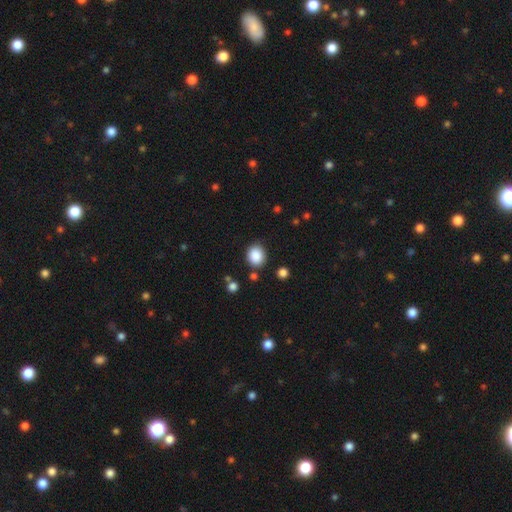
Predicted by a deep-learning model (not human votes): This appears to be a smooth galaxy with no disk features (88%) that is round (63%). Merging: none (82%).